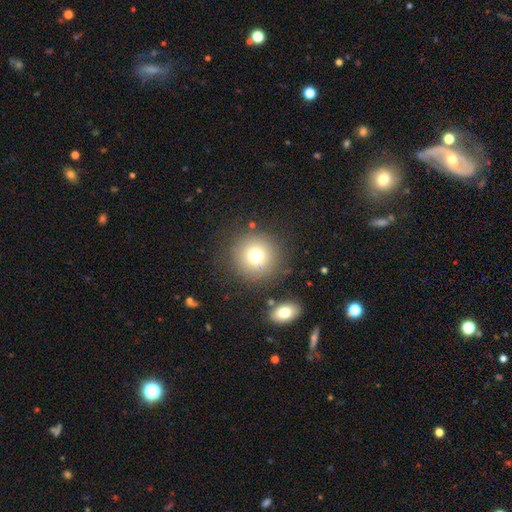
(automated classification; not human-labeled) Smooth or featured? Predicted: smooth (p=0.73). How rounded? Predicted: round (p=0.94). Merging? Predicted: none (p=0.83).